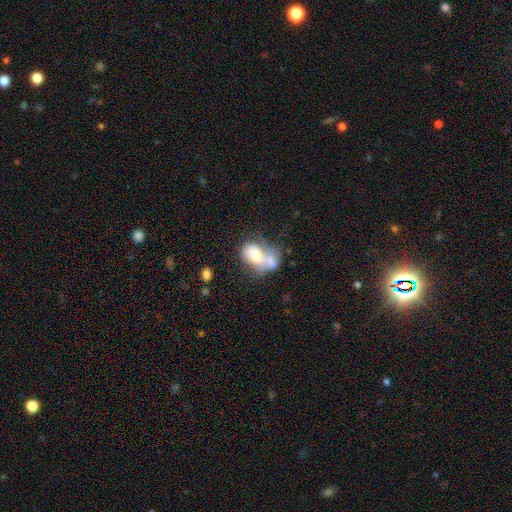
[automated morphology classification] type=smooth (60%); roundness=in between (68%); merging=merger (62%).